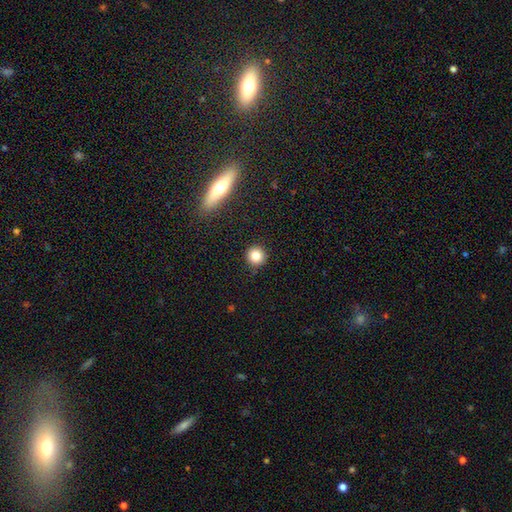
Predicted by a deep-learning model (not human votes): smooth_or_featured: smooth (p=0.83) [alt: star or artifact p=0.11]
how_rounded: round (p=0.94) [alt: in between p=0.05]
merging: none (p=0.89) [alt: minor disturbance p=0.07]